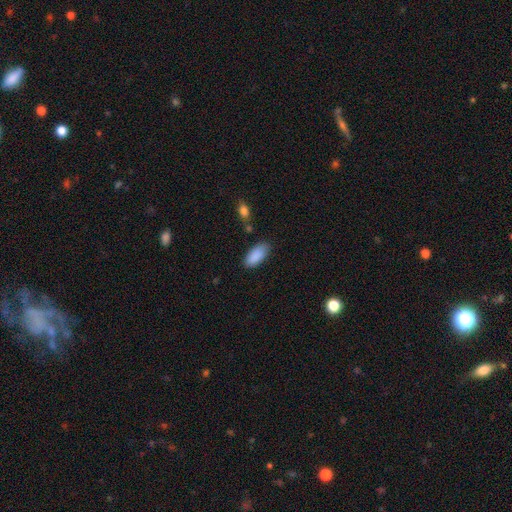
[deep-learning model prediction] Smooth or featured? smooth (89%)
How rounded? in between (89%)
Merging? none (80%)